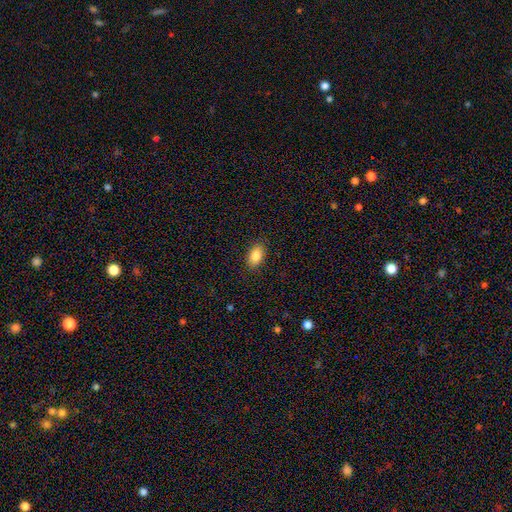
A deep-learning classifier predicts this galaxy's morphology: The model was most divided on "smooth or featured": smooth: 87%, star or artifact: 8%, featured or disk: 5%. More confident: how rounded — in between (91%); merging — none (88%).